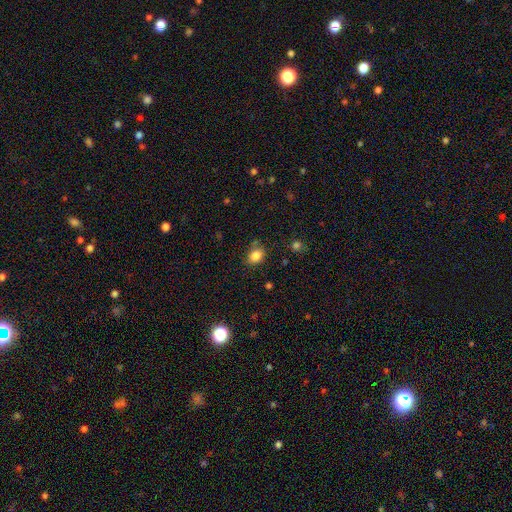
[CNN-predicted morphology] smooth 85%, star or artifact 10%, featured or disk 5%. Down the decision tree: how rounded — in between (66%); merging — none (74%).